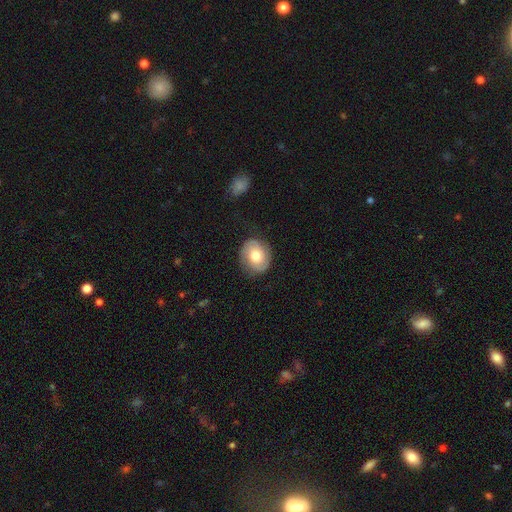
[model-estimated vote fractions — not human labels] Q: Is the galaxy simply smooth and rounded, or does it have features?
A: featured or disk — 53%.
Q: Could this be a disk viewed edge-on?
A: no — 97%.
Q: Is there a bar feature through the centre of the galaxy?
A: no — 77%.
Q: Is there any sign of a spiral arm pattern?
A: yes — 82%.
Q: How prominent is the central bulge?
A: moderate — 70%.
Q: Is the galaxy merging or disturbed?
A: none — 78%.